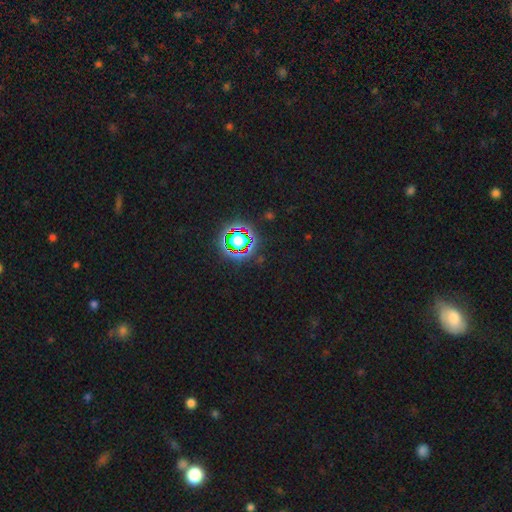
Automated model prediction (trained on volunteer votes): Overall: star or artifact (79%).